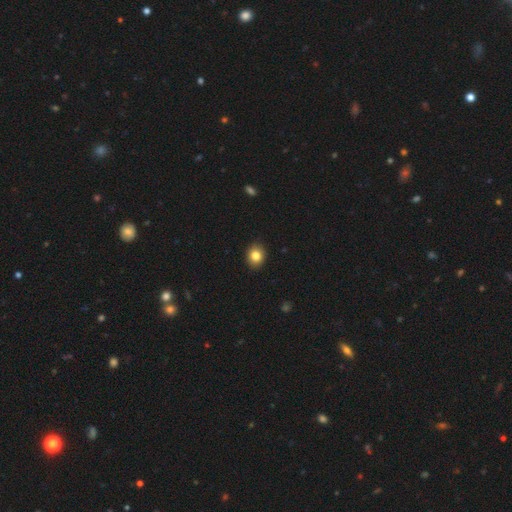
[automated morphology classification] smooth_or_featured: smooth (p=0.83) [alt: star or artifact p=0.10]
how_rounded: round (p=0.66) [alt: in between p=0.33]
merging: none (p=0.89) [alt: minor disturbance p=0.09]